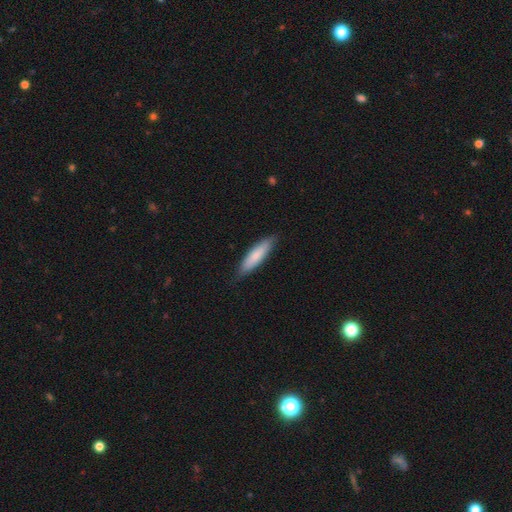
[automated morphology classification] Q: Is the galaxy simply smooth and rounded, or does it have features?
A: smooth — 79%.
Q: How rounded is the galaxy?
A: cigar-shaped — 71%.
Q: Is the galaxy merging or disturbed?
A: none — 85%.